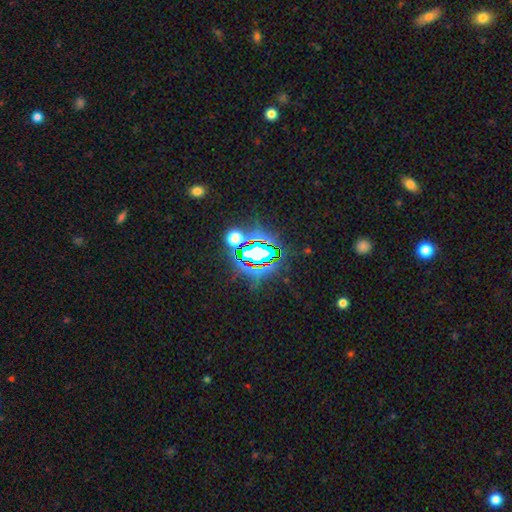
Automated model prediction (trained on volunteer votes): Smooth or featured? Predicted: star or artifact (p=0.75).